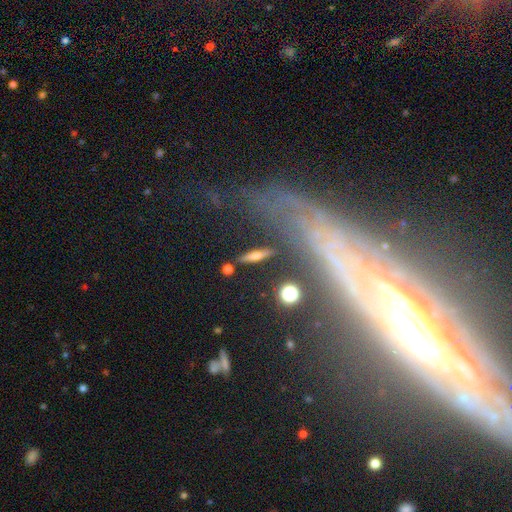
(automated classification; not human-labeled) Q: Smooth or featured?
A: smooth (48%); runner-up: featured or disk (41%)
Q: Merging?
A: none (83%); runner-up: minor disturbance (9%)